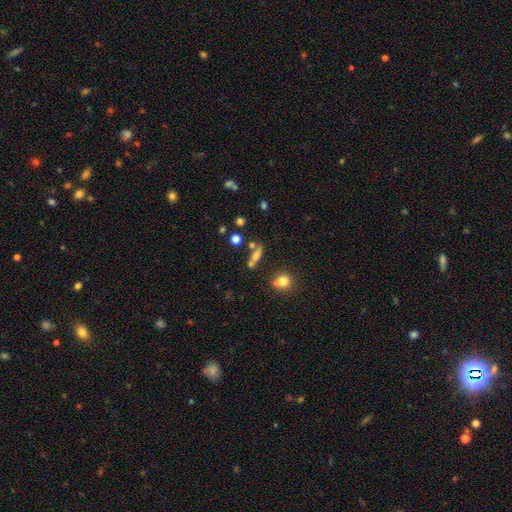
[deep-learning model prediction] Morphology: type=smooth (55%); roundness=cigar-shaped (57%); merging=none (59%).